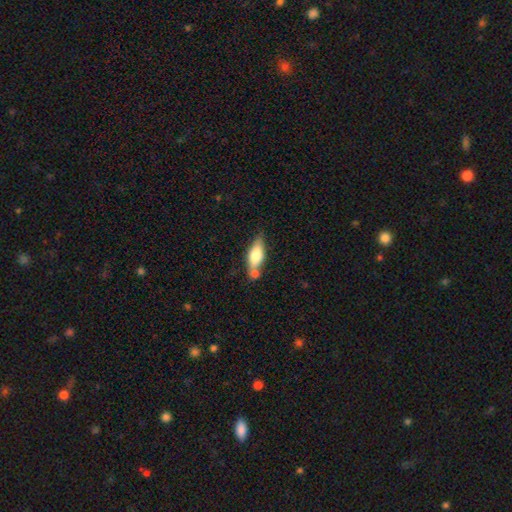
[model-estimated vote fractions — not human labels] Q: Smooth or featured?
A: smooth (65%); runner-up: featured or disk (29%)
Q: How rounded?
A: in between (69%); runner-up: cigar-shaped (28%)
Q: Merging?
A: none (48%); runner-up: merger (29%)